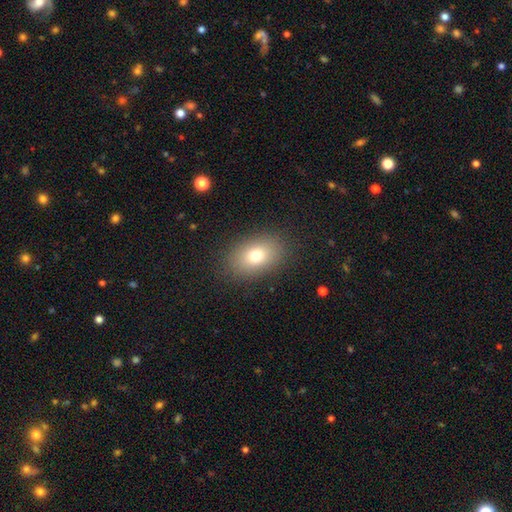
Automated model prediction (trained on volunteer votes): Smooth or featured?
  - smooth: 76% *
  - featured or disk: 12%
  - star or artifact: 12%
How rounded?
  - in between: 80% *
  - round: 19%
  - cigar-shaped: 1%
Merging?
  - none: 87% *
  - minor disturbance: 8%
  - major disturbance: 4%
  - merger: 1%